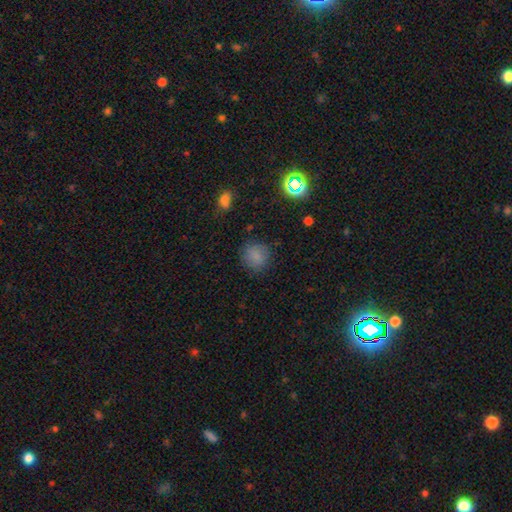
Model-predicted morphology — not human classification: Q: Smooth or featured?
A: smooth (80%); runner-up: star or artifact (13%)
Q: How rounded?
A: round (88%); runner-up: in between (11%)
Q: Merging?
A: none (82%); runner-up: minor disturbance (12%)